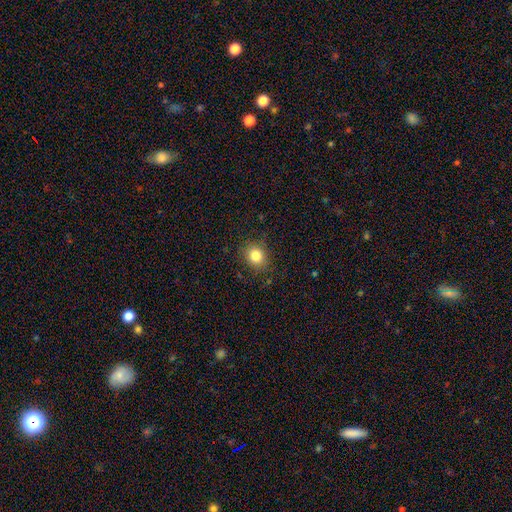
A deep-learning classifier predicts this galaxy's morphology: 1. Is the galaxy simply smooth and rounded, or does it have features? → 82% smooth, 11% star or artifact, 6% featured or disk.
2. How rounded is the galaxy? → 74% round, 25% in between, 1% cigar-shaped.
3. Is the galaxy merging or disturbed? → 86% none, 10% minor disturbance, 3% major disturbance, 1% merger.